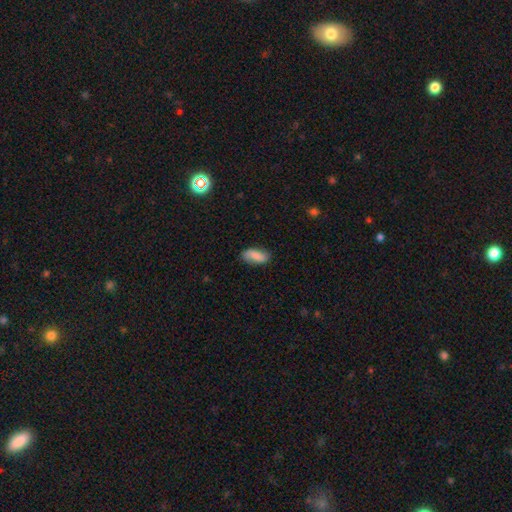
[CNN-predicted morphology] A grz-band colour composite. It shows a smooth galaxy with no disk features (76%) that is in between round and cigar-shaped (87%). Merging: none (79%).